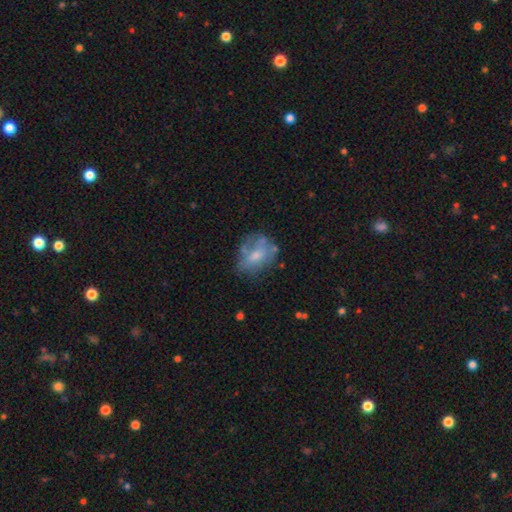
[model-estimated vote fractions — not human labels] Smooth or featured: smooth — 49% (featured or disk — 42%)
Merging: none — 48% (minor disturbance — 26%)